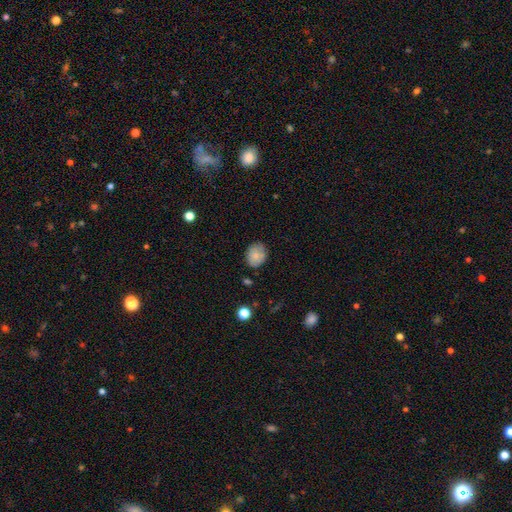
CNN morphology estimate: Smooth or featured? smooth (80%)
How rounded? round (55%)
Merging? none (76%)